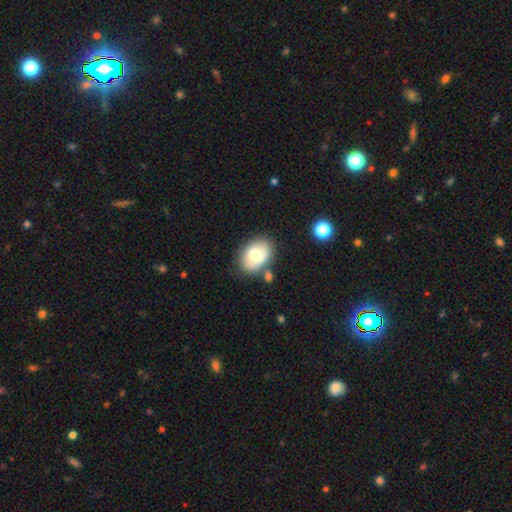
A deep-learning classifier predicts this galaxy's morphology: smooth 58%, featured or disk 35%, star or artifact 7%. Down the decision tree: how rounded — in between (78%); merging — none (71%).